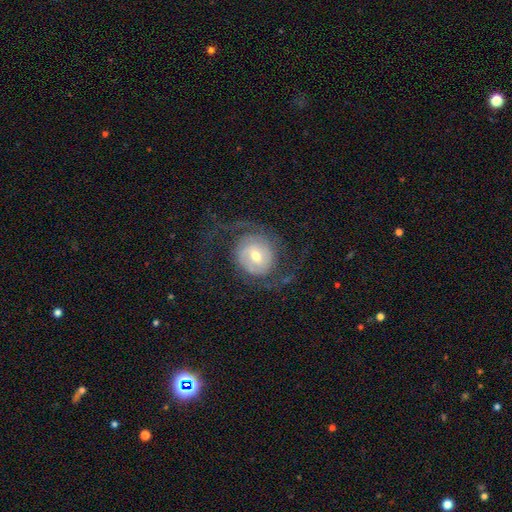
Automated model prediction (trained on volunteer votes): Overall: featured or disk (76%). Edge-on disk: no (97%). Bar: weak (43%; no 42%). Spiral arms: yes (88%). Spiral arm count: 2 (69%). Spiral winding: medium (39%; tight 32%). Bulge size: moderate (55%; small 38%). Merging: none (62%; major disturbance 23%).